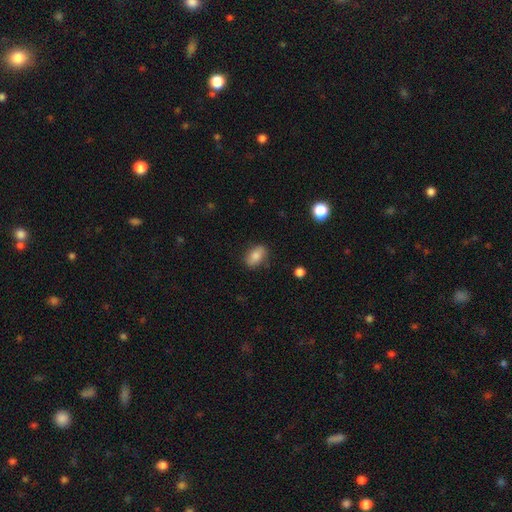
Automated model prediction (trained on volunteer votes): smooth 81%, featured or disk 11%, star or artifact 8%. Down the decision tree: how rounded — in between (88%); merging — none (81%).